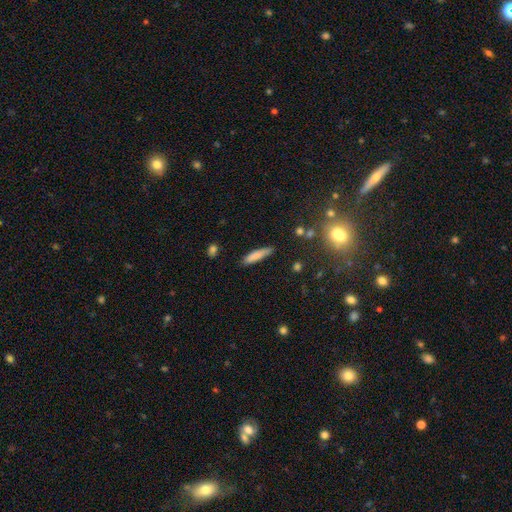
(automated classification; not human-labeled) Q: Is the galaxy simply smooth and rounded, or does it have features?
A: smooth — 80%.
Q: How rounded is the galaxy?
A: cigar-shaped — 80%.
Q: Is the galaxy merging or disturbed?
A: none — 78%.